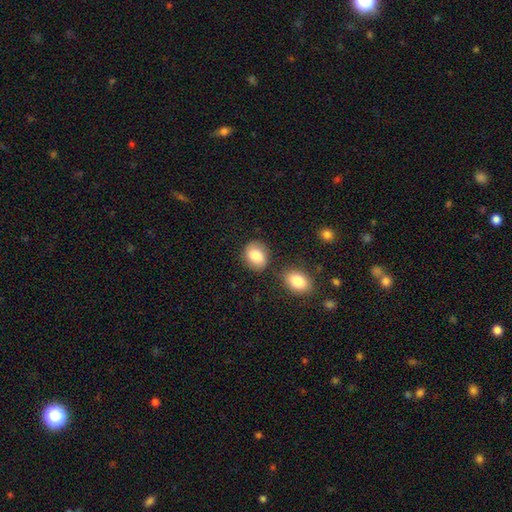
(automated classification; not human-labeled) This is clearly a smooth galaxy (81%). How rounded: possibly in between (55%). Merging: likely none (72%).